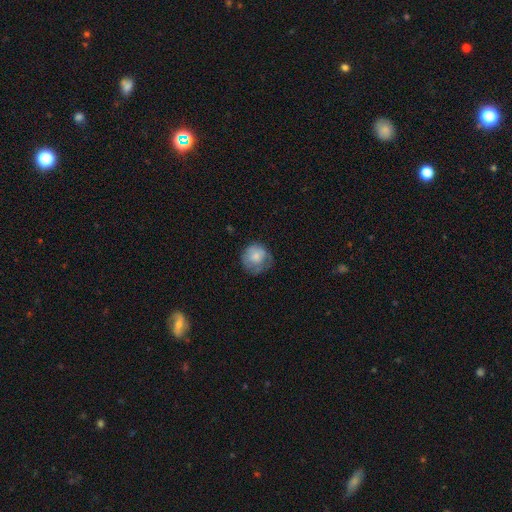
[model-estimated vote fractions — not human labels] Smooth or featured? Predicted: smooth (p=0.72). How rounded? Predicted: round (p=0.87). Merging? Predicted: none (p=0.52).